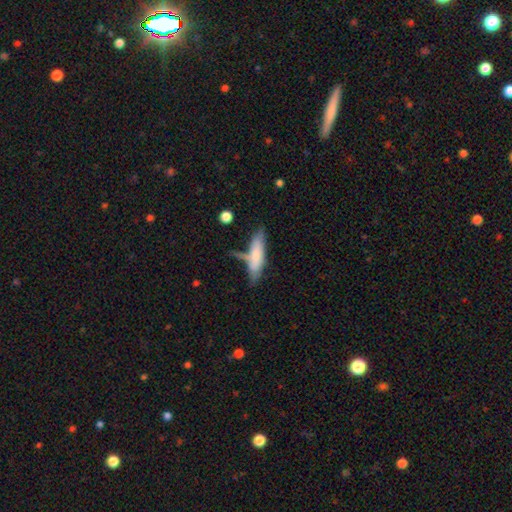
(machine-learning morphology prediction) The model was most divided on "merging": none: 50%, minor disturbance: 23%, merger: 18%, major disturbance: 9%. More confident: smooth or featured — smooth (71%); how rounded — cigar-shaped (65%).